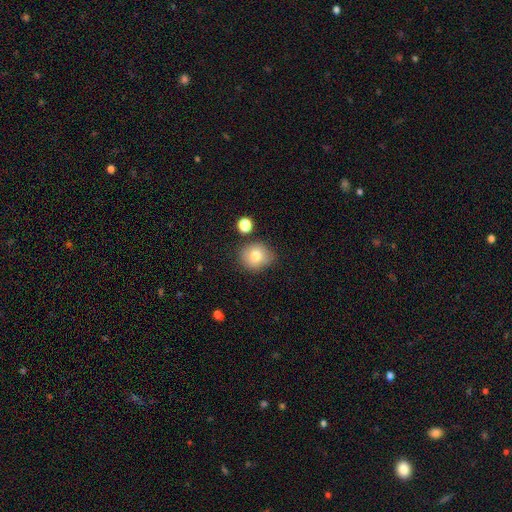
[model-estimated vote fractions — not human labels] Overall: smooth (77%). How rounded: round (76%). Merging: none (74%).